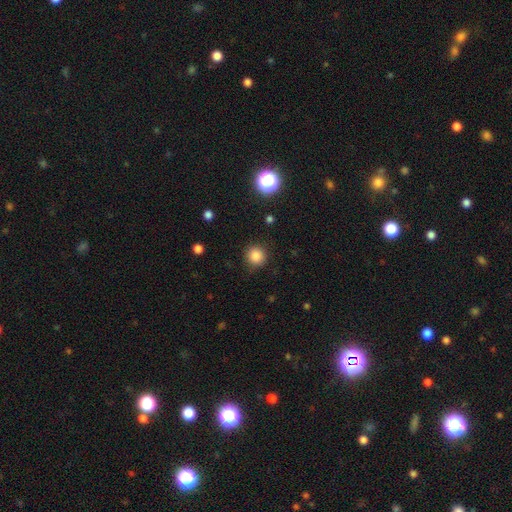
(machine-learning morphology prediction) Overall: smooth (85%). How rounded: round (91%). Merging: none (89%).